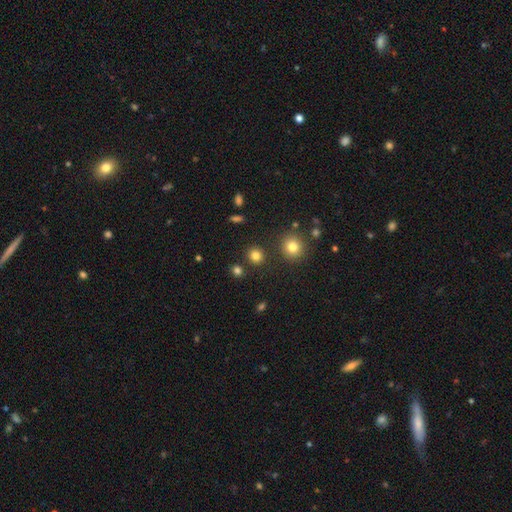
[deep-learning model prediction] smooth_or_featured: smooth (p=0.81) [alt: star or artifact p=0.14]
how_rounded: round (p=0.88) [alt: in between p=0.11]
merging: none (p=0.87) [alt: minor disturbance p=0.06]